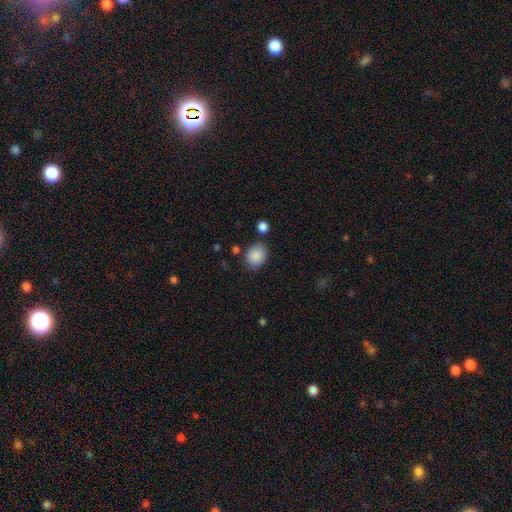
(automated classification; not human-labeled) smooth 88%, star or artifact 8%, featured or disk 4%. Down the decision tree: how rounded — round (51%); merging — none (76%).